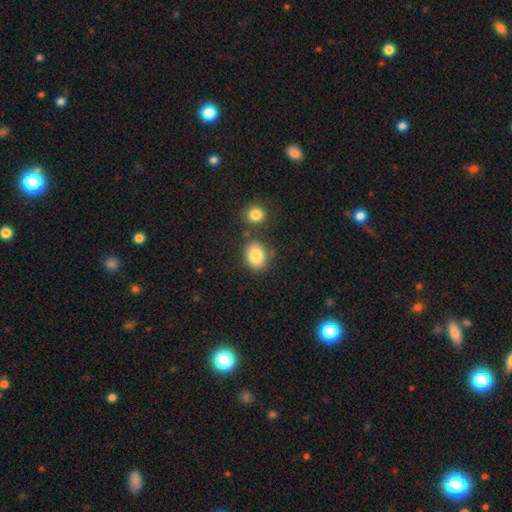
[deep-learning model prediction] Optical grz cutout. It shows a smooth galaxy with no disk features (83%) that is in between round and cigar-shaped (56%). Merging: none (75%).